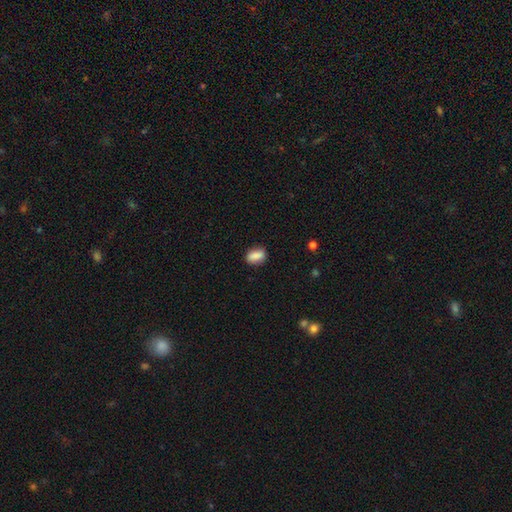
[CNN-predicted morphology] This appears to be a smooth galaxy with no disk features (86%) that is in between round and cigar-shaped (83%). Merging: none (83%).